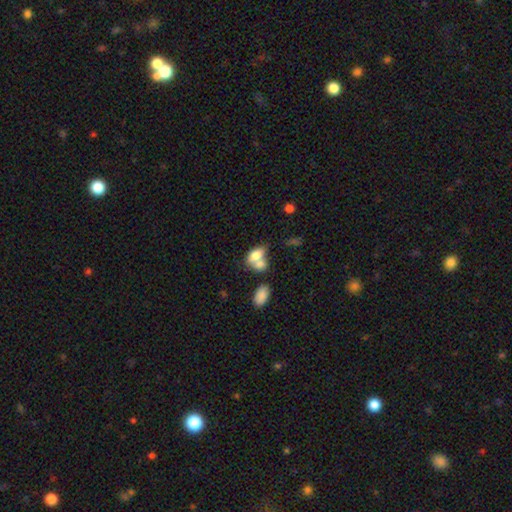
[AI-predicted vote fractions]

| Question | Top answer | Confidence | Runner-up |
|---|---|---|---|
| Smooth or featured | smooth | 75% | featured or disk (17%) |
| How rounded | in between | 86% | round (11%) |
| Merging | merger | 58% | none (25%) |